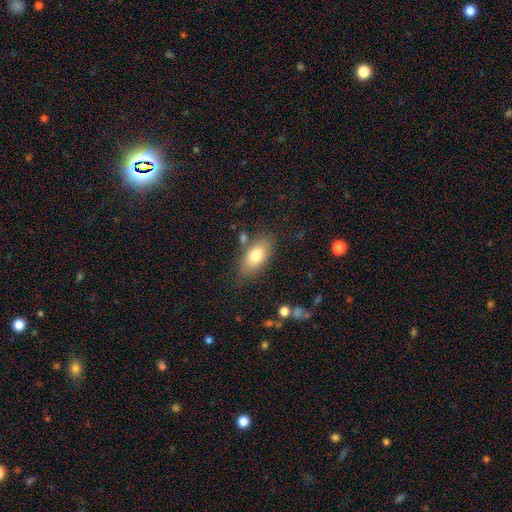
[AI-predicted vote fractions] Smooth or featured?
  - smooth: 77% *
  - featured or disk: 16%
  - star or artifact: 7%
How rounded?
  - in between: 90% *
  - round: 6%
  - cigar-shaped: 4%
Merging?
  - none: 75% *
  - minor disturbance: 15%
  - merger: 6%
  - major disturbance: 4%